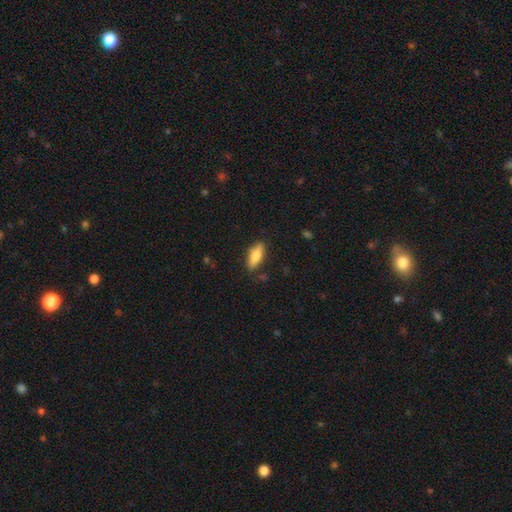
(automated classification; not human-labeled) Smooth or featured?
  - smooth: 69% *
  - featured or disk: 24%
  - star or artifact: 6%
How rounded?
  - in between: 63% *
  - cigar-shaped: 35%
  - round: 3%
Merging?
  - none: 83% *
  - minor disturbance: 13%
  - major disturbance: 3%
  - merger: 2%